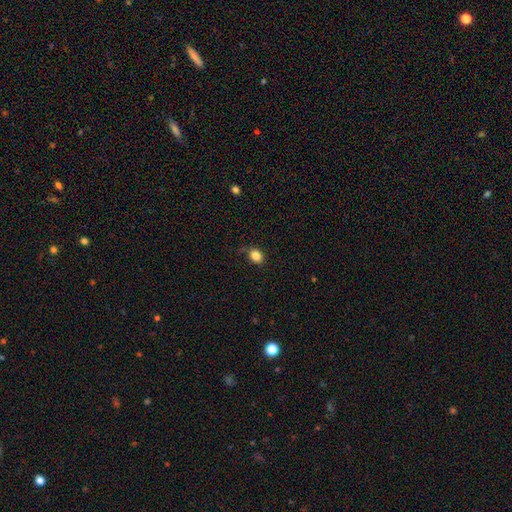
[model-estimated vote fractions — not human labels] Q: Smooth or featured?
A: smooth (84%); runner-up: star or artifact (11%)
Q: How rounded?
A: round (51%); runner-up: in between (48%)
Q: Merging?
A: none (75%); runner-up: minor disturbance (18%)